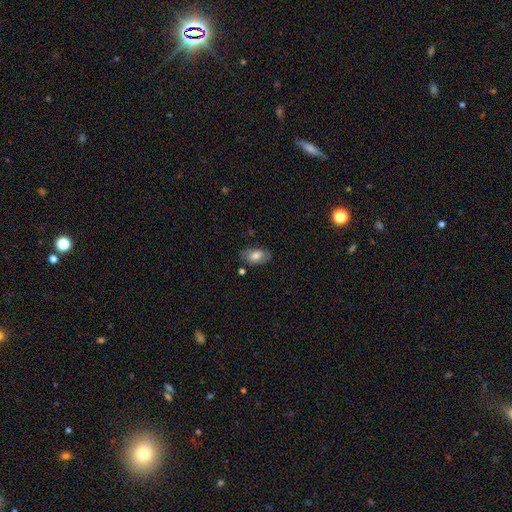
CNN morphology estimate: smooth-or-featured: smooth: 72% | featured or disk: 21% | star or artifact: 7%
  how-rounded: in between: 92% | round: 5% | cigar-shaped: 2%
  merging: none: 78% | minor disturbance: 15% | major disturbance: 3% | merger: 3%